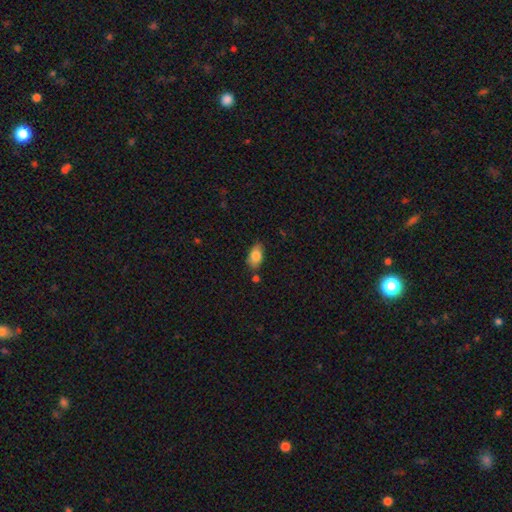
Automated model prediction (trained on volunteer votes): This appears to be a smooth galaxy with no disk features (81%) that is in between round and cigar-shaped (91%). Merging: none (75%).